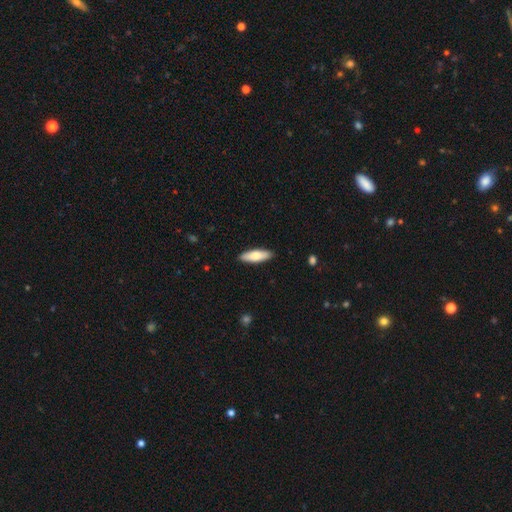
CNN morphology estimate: This appears to be a smooth galaxy with no disk features (73%) that is in between round and cigar-shaped (50%). Merging: none (90%).